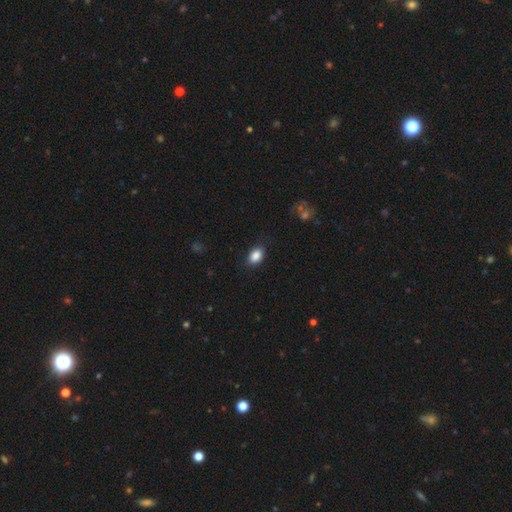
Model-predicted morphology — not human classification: Smooth or featured: smooth — 87% (star or artifact — 8%)
How rounded: in between — 85% (round — 14%)
Merging: none — 84% (minor disturbance — 12%)